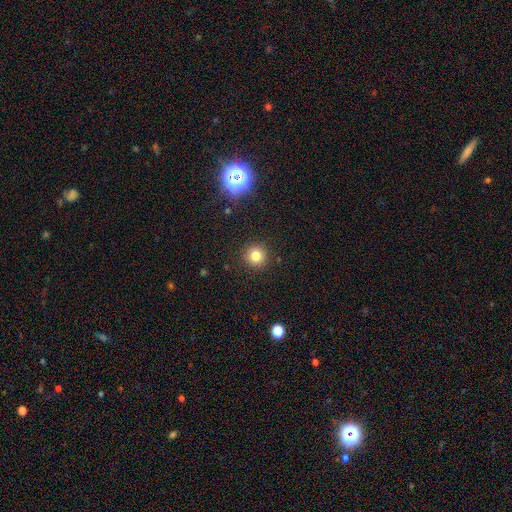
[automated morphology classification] The model was most divided on "smooth or featured": smooth: 79%, star or artifact: 14%, featured or disk: 7%. More confident: how rounded — round (94%); merging — none (91%).